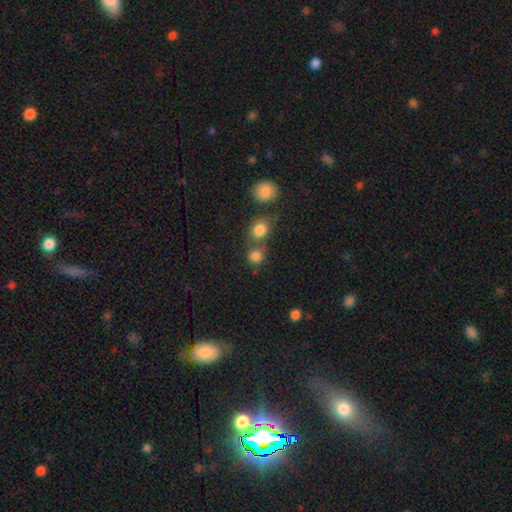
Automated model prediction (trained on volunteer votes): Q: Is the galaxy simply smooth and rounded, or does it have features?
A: smooth — 81%.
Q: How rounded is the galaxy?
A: round — 81%.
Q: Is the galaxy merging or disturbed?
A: none — 52%.